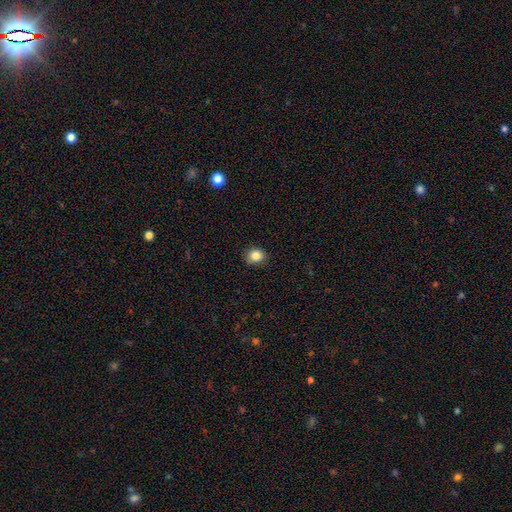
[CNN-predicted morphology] Smooth or featured? smooth (85%)
How rounded? round (68%)
Merging? none (87%)